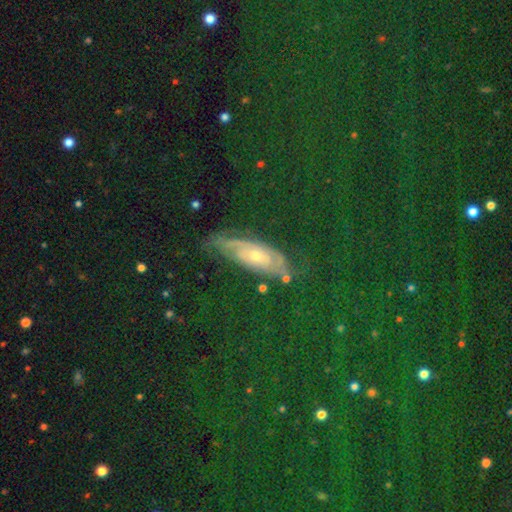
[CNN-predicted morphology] Q: Smooth or featured?
A: star or artifact (46%); runner-up: featured or disk (28%)